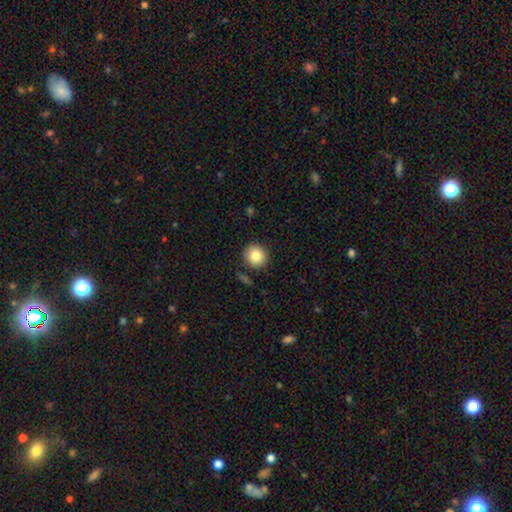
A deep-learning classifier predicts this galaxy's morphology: This appears to be a smooth galaxy with no disk features (84%) that is round (93%). Merging: none (87%).